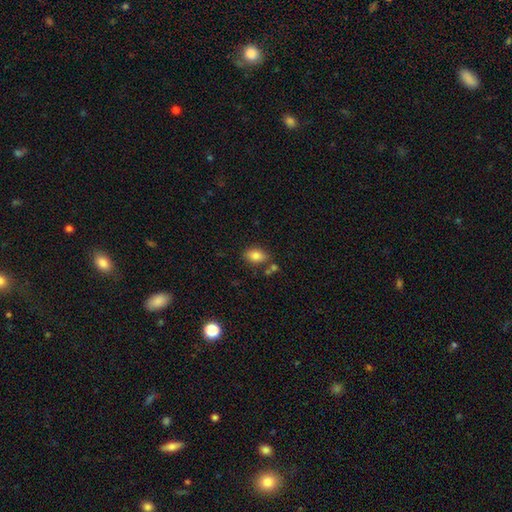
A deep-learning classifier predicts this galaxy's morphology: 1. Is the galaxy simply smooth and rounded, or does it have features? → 83% smooth, 9% star or artifact, 8% featured or disk.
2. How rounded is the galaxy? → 86% in between, 12% round, 2% cigar-shaped.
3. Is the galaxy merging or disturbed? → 72% none, 14% minor disturbance, 11% merger, 4% major disturbance.